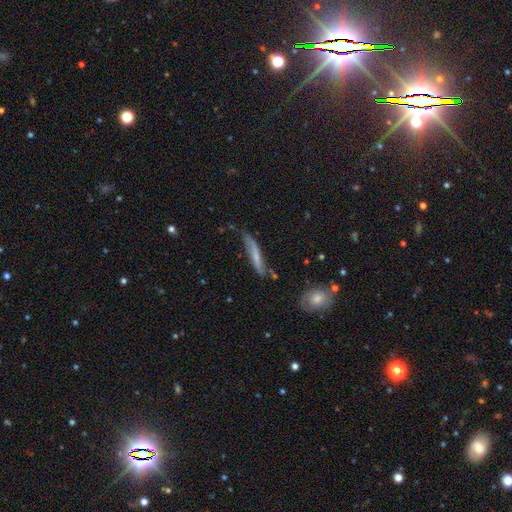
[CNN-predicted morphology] Overall: smooth (48%; featured or disk 45%). Merging: none (55%; minor disturbance 31%).